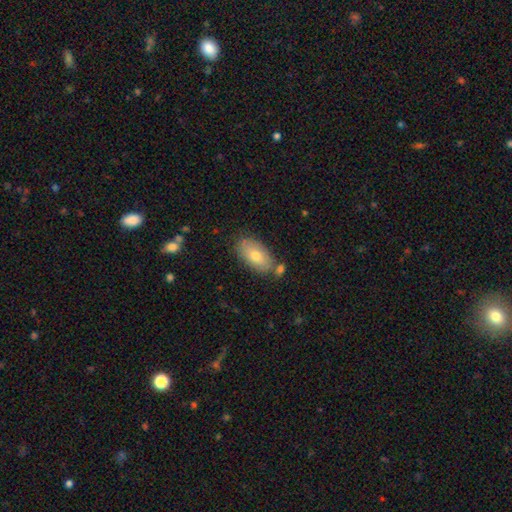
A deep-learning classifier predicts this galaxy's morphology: Overall: smooth (74%). How rounded: in between (92%). Merging: none (74%).